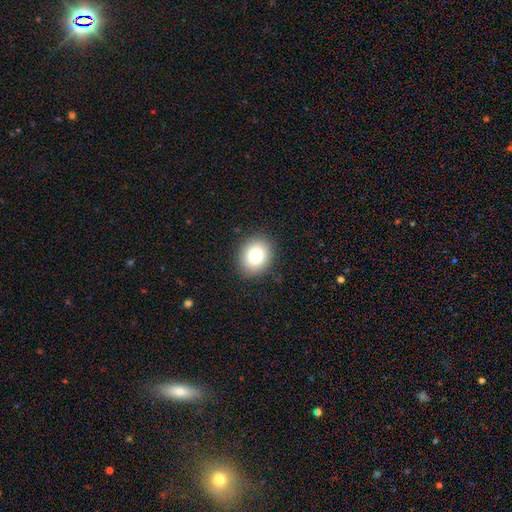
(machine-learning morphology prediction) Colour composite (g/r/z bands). It shows a smooth galaxy with no disk features (81%) that is round (56%). Merging: none (89%).